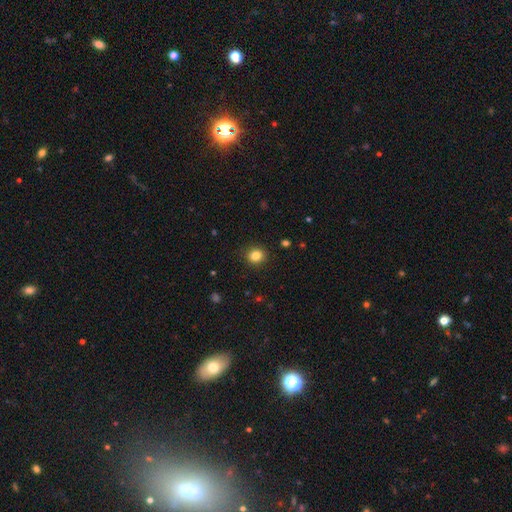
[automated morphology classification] Q: Smooth or featured?
A: smooth (83%); runner-up: star or artifact (12%)
Q: How rounded?
A: round (83%); runner-up: in between (16%)
Q: Merging?
A: none (91%); runner-up: minor disturbance (6%)